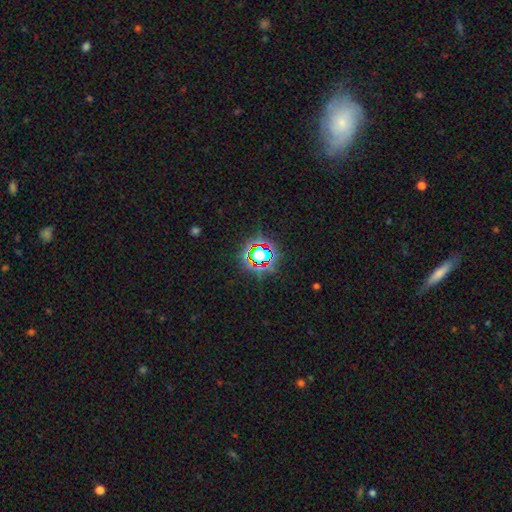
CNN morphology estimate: Q: Smooth or featured?
A: star or artifact (69%); runner-up: smooth (19%)